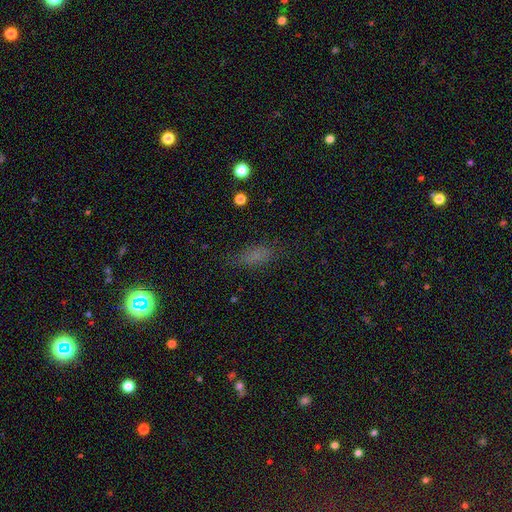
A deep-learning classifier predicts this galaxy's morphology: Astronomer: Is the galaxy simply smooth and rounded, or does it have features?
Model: smooth — 70%.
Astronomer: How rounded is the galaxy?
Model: in between — 69%.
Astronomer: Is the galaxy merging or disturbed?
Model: none — 73%.